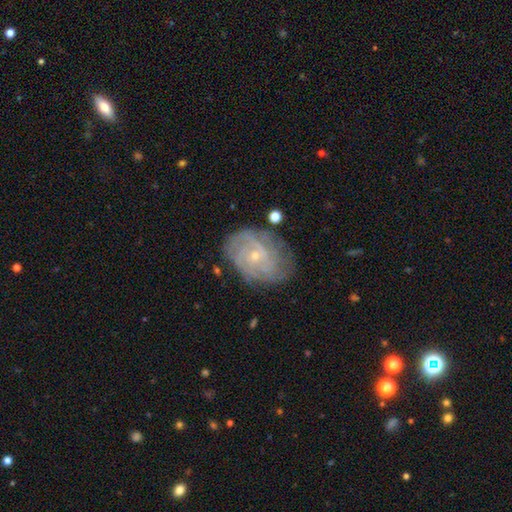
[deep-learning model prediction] This is likely a featured or disk galaxy (80%). It is clearly not viewed edge-on (97%). Bar: likely no (72%). Spiral arm pattern: clearly yes (92%). Spiral arm count: marginally can't tell (40%). Spiral winding: likely tight (67%). Central bulge: clearly small (80%). Merging: likely none (71%).